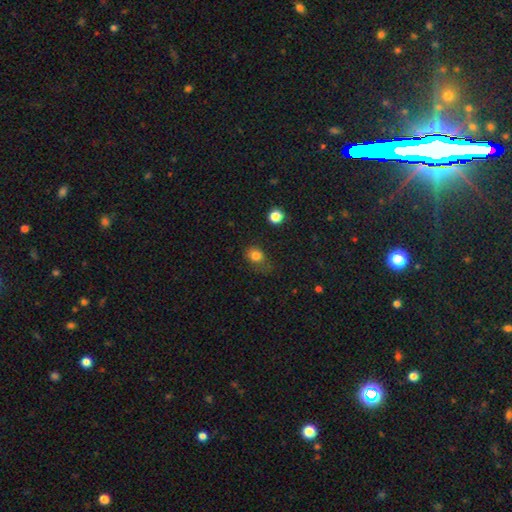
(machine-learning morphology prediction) A smooth galaxy with no disk features (81%) that is in between round and cigar-shaped (55%).

Vote fractions:
- Smooth or featured? smooth: 81% / star or artifact: 12% / featured or disk: 7%
- How rounded? in between: 55% / round: 43% / cigar-shaped: 1%
- Merging? none: 54% / minor disturbance: 30% / major disturbance: 14% / merger: 2%